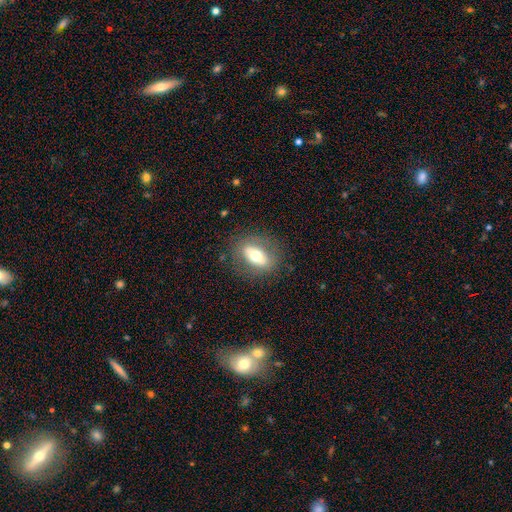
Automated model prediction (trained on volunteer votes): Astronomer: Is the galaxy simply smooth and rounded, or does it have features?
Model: smooth — 50% (runner-up: featured or disk, 42%).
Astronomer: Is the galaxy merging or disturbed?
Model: none — 80%.